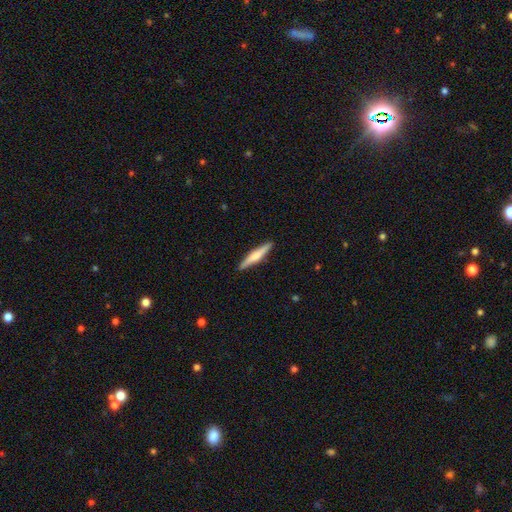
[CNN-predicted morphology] A smooth galaxy with no disk features (49%).

Vote fractions:
- Smooth or featured? smooth: 49% / featured or disk: 45% / star or artifact: 5%
- Merging? none: 91% / minor disturbance: 7% / major disturbance: 1% / merger: 1%